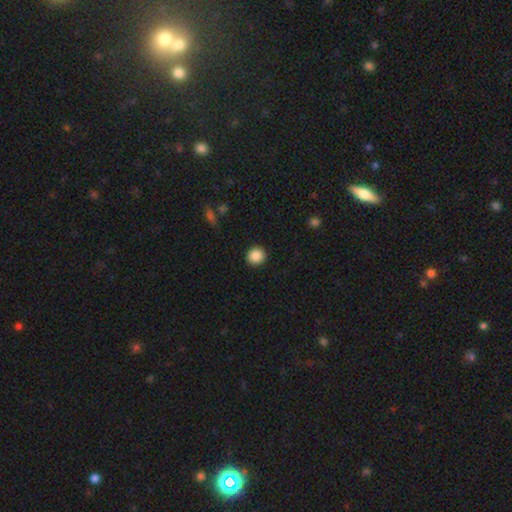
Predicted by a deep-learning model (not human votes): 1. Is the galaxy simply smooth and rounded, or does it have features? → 88% smooth, 9% star or artifact, 4% featured or disk.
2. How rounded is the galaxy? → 88% round, 11% in between, 1% cigar-shaped.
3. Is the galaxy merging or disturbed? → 92% none, 5% minor disturbance, 2% major disturbance, 1% merger.